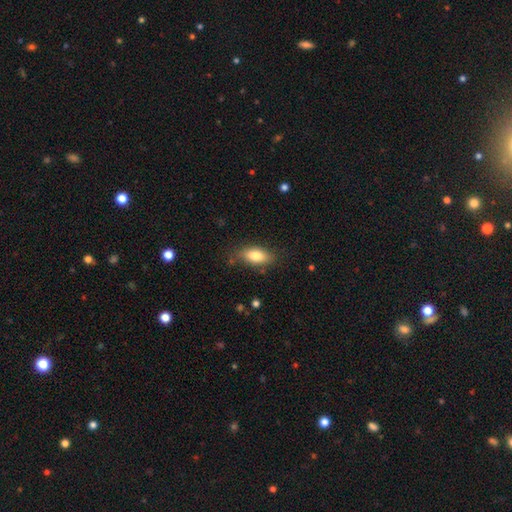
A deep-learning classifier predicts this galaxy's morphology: Smooth or featured: smooth — 80% (featured or disk — 13%)
How rounded: in between — 86% (cigar-shaped — 9%)
Merging: none — 77% (minor disturbance — 17%)